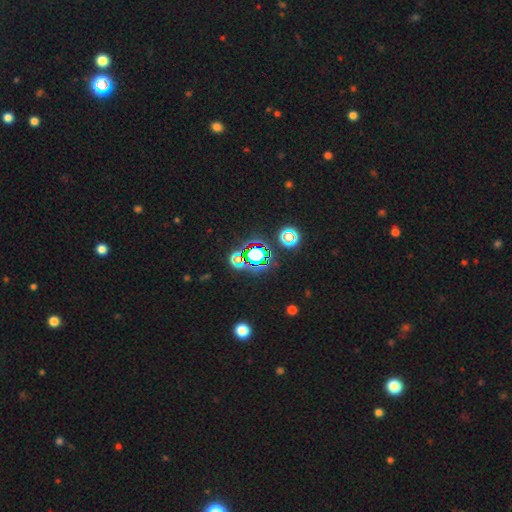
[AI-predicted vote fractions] Smooth or featured? star or artifact (71%)